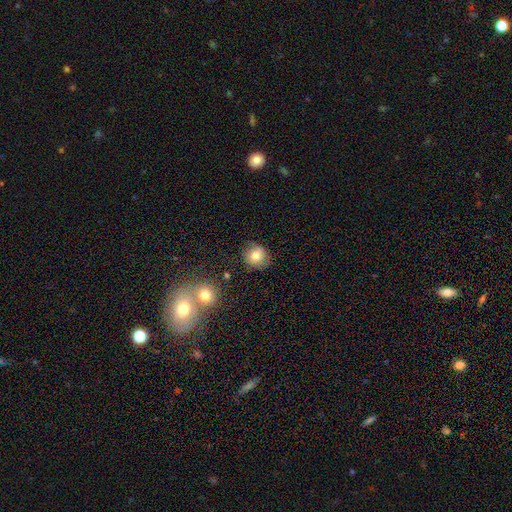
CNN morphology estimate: type=smooth (80%); roundness=round (83%); merging=none (77%).